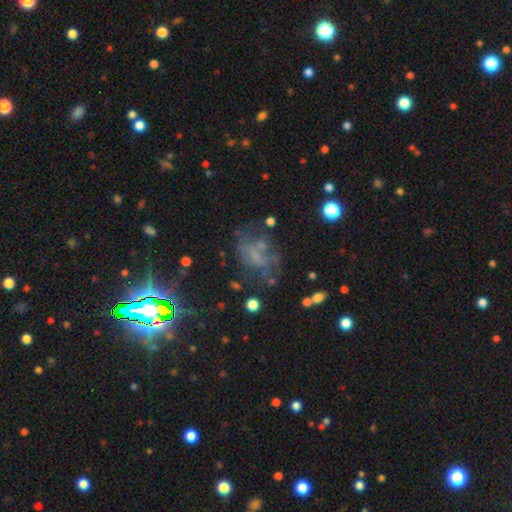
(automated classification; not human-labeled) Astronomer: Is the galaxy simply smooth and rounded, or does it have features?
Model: featured or disk — 42% (runner-up: star or artifact, 30%).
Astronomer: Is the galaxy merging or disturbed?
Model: none — 47% (runner-up: major disturbance, 26%).